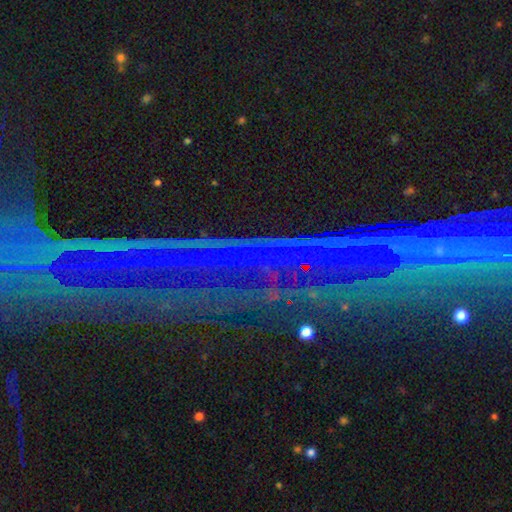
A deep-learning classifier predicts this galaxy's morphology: smooth-or-featured: star or artifact: 83% | featured or disk: 10% | smooth: 7%